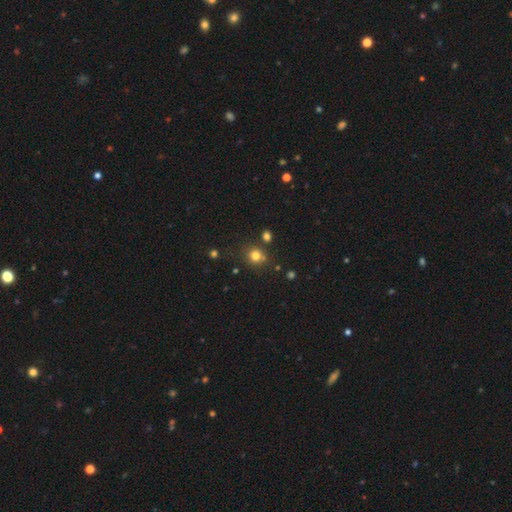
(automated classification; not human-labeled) This is likely a smooth galaxy (77%). How rounded: clearly round (87%). Merging: likely none (75%).